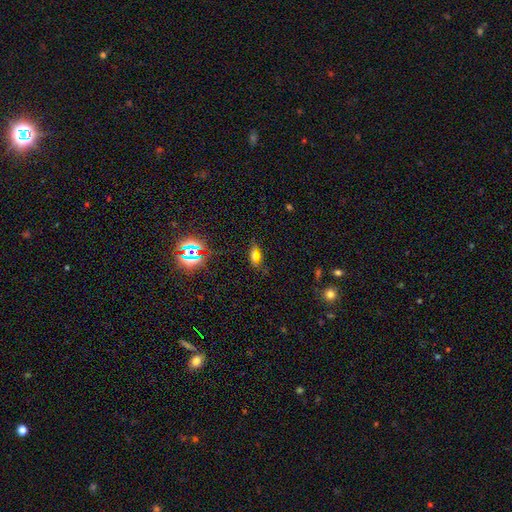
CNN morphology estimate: Smooth or featured: smooth — 52% (star or artifact — 30%)
How rounded: in between — 76% (cigar-shaped — 18%)
Merging: none — 69% (minor disturbance — 20%)